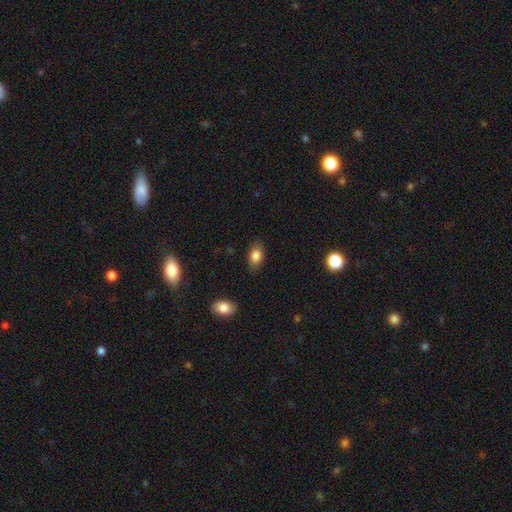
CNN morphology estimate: smooth-or-featured: smooth: 83% | star or artifact: 9% | featured or disk: 9%
  how-rounded: in between: 86% | round: 12% | cigar-shaped: 2%
  merging: none: 85% | minor disturbance: 11% | major disturbance: 3% | merger: 1%